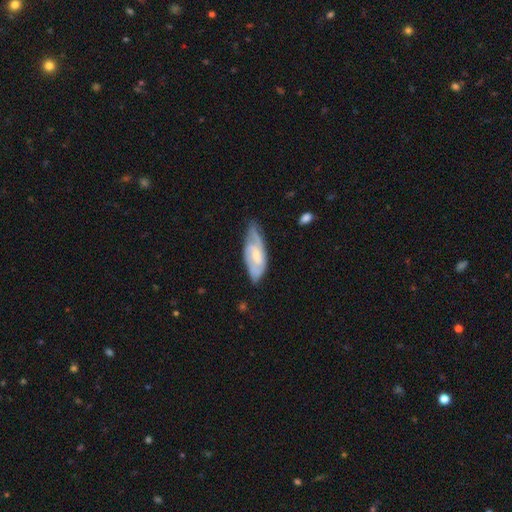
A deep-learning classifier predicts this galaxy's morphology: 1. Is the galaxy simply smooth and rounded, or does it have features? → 73% featured or disk, 22% smooth, 5% star or artifact.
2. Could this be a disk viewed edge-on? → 92% no, 8% yes.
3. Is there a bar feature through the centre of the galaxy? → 45% no (tied), 45% weak (tied), 11% strong.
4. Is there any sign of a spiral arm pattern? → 92% yes, 8% no.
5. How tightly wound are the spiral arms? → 45% tight, 43% medium, 12% loose.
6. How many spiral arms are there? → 53% 2, 24% can't tell, 14% 3, 5% 1, 3% 4, 2% more than 4.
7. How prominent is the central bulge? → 50% small, 40% moderate, 6% none, 3% large, 1% dominant.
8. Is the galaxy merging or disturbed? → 60% none, 29% minor disturbance, 8% major disturbance, 2% merger.